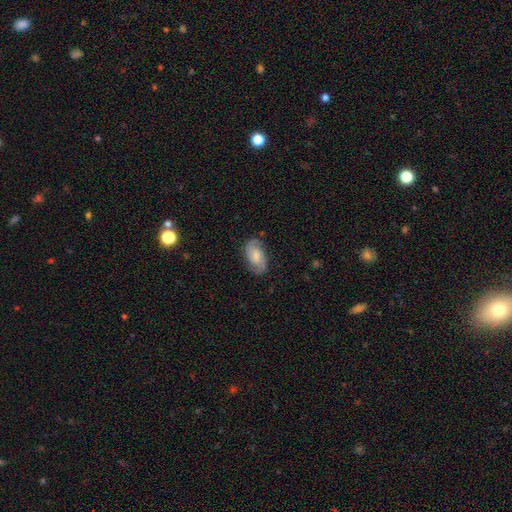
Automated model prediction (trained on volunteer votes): The model was most divided on "bar": no: 46%, weak: 44%, strong: 10%. Remaining: edge-on disk — no (96%); spiral arms — yes (94%); spiral arm count — 2 (89%); merging — none (81%); smooth or featured — featured or disk (71%); spiral winding — medium (49%); bulge size — small (40%).